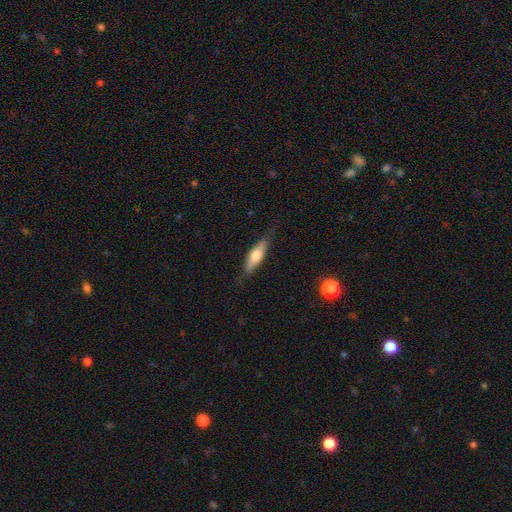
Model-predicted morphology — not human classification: smooth_or_featured: smooth (p=0.59) [alt: featured or disk p=0.35]
how_rounded: cigar-shaped (p=0.55) [alt: in between p=0.43]
merging: none (p=0.79) [alt: minor disturbance p=0.16]